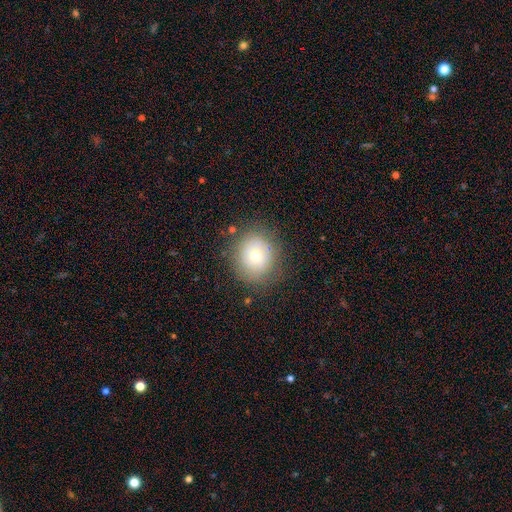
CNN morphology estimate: smooth_or_featured: smooth (p=0.68) [alt: featured or disk p=0.19]
how_rounded: round (p=0.85) [alt: in between p=0.14]
merging: none (p=0.81) [alt: minor disturbance p=0.12]